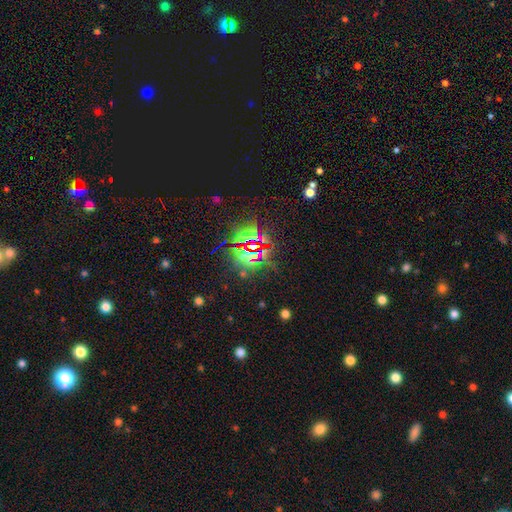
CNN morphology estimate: smooth_or_featured: star or artifact (p=0.83) [alt: smooth p=0.10]